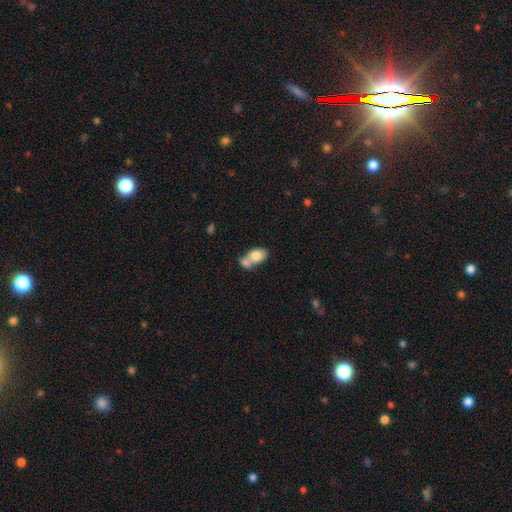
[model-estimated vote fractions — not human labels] Smooth or featured: smooth — 72% (featured or disk — 21%)
How rounded: in between — 82% (round — 16%)
Merging: merger — 61% (none — 22%)